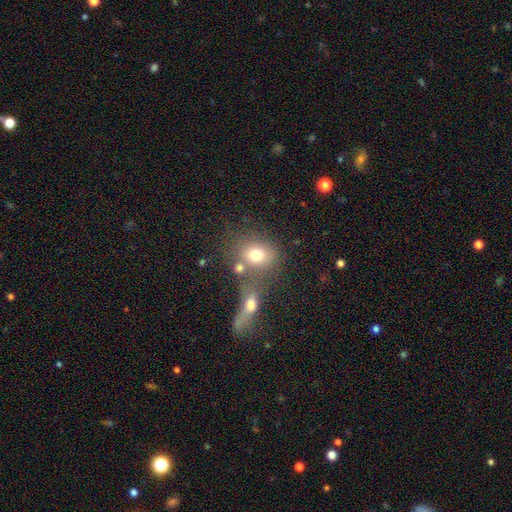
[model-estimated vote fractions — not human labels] This appears to be a smooth galaxy with no disk features (68%) that is round (60%). Merging: merger (41%).